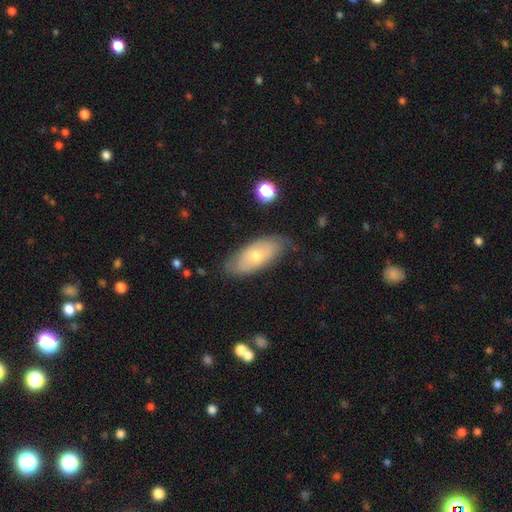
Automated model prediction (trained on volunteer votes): This is possibly a smooth galaxy (51%). How rounded: clearly in between (85%). Merging: likely none (72%).